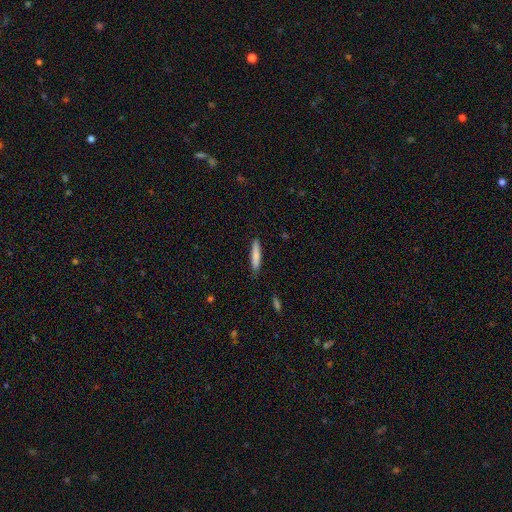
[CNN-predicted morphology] The model was most divided on "smooth or featured": smooth: 81%, featured or disk: 13%, star or artifact: 6%. More confident: how rounded — cigar-shaped (87%); merging — none (85%).